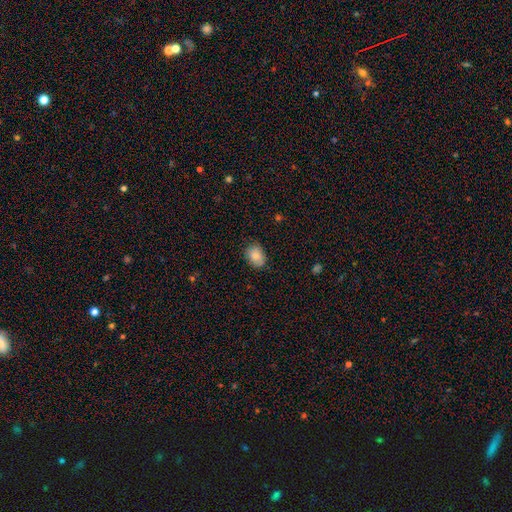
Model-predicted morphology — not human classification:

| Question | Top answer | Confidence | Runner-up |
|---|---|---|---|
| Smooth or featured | smooth | 85% | featured or disk (8%) |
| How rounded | in between | 74% | round (25%) |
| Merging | none | 79% | minor disturbance (17%) |